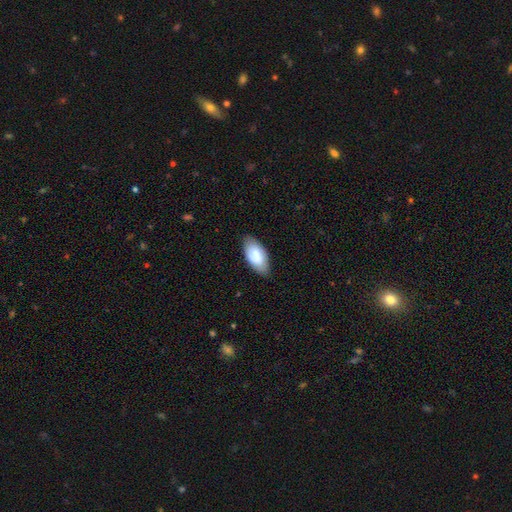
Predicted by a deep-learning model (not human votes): A smooth galaxy with no disk features (83%) that is in between round and cigar-shaped (94%).

Vote fractions:
- Smooth or featured? smooth: 83% / featured or disk: 12% / star or artifact: 6%
- How rounded? in between: 94% / cigar-shaped: 4% / round: 2%
- Merging? none: 80% / minor disturbance: 16% / major disturbance: 3% / merger: 1%